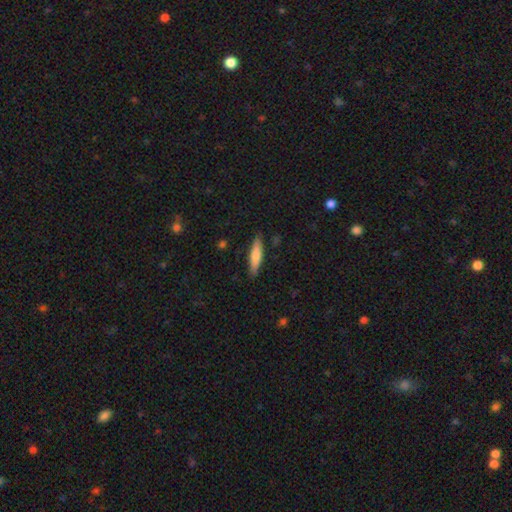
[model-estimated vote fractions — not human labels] A smooth galaxy with no disk features (70%) that is cigar-shaped (78%). Merging: none (87%).